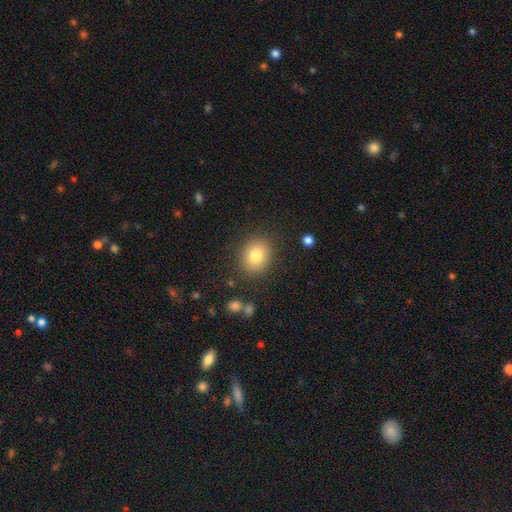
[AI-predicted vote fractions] Q: Smooth or featured?
A: smooth (81%); runner-up: star or artifact (10%)
Q: How rounded?
A: round (66%); runner-up: in between (34%)
Q: Merging?
A: none (86%); runner-up: minor disturbance (9%)